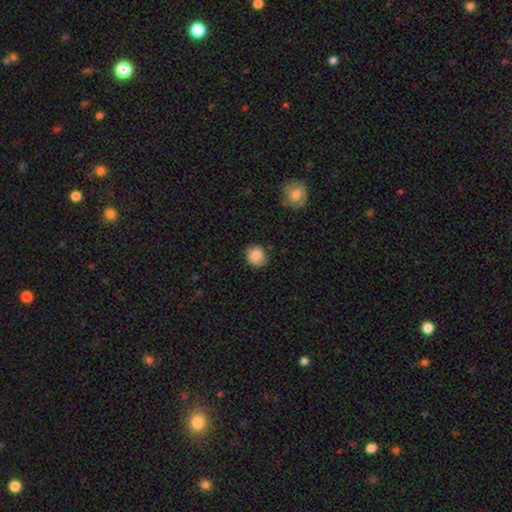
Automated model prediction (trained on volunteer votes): Q: Smooth or featured?
A: smooth (86%); runner-up: star or artifact (8%)
Q: How rounded?
A: round (85%); runner-up: in between (14%)
Q: Merging?
A: none (83%); runner-up: minor disturbance (13%)